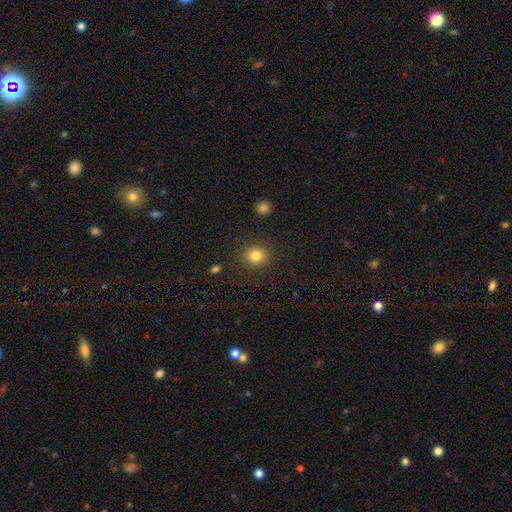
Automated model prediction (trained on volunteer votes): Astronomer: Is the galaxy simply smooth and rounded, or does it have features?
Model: smooth — 84%.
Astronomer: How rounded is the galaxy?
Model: round — 87%.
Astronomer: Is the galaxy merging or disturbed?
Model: none — 89%.